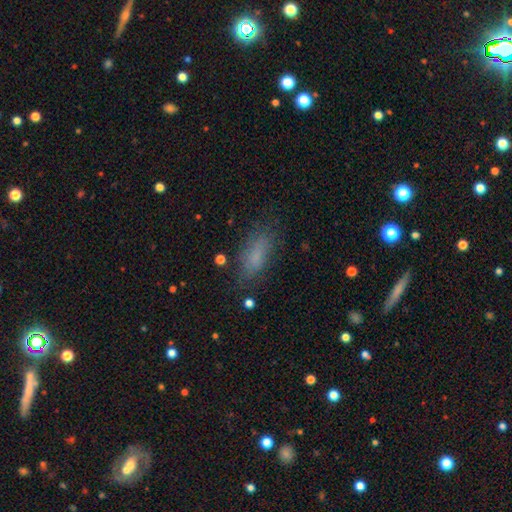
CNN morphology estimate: Overall: smooth (75%). How rounded: in between (75%). Merging: none (73%).